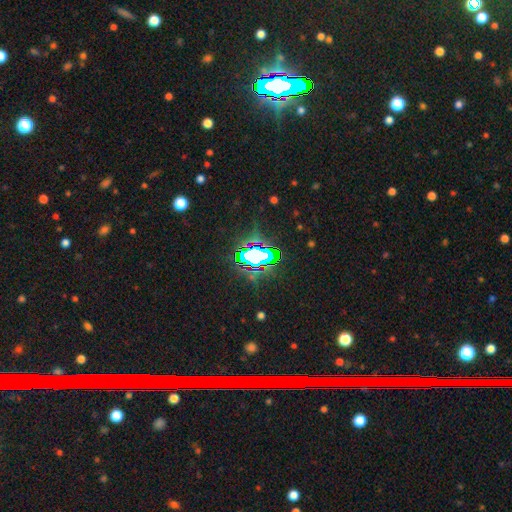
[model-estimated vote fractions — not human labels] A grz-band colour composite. It shows a star or artifact, not a galaxy (66%).